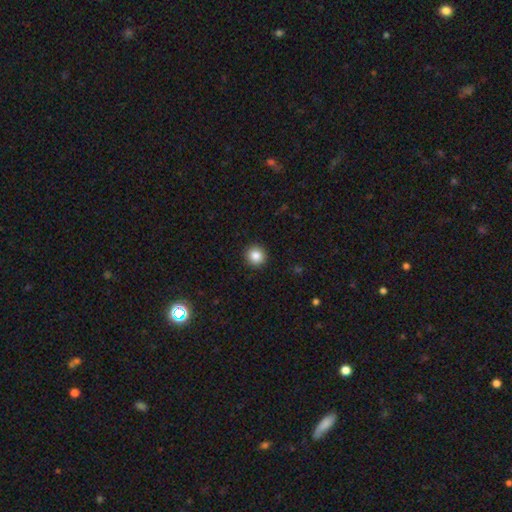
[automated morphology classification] The model was most divided on "smooth or featured": smooth: 85%, star or artifact: 10%, featured or disk: 5%. More confident: how rounded — round (94%); merging — none (93%).